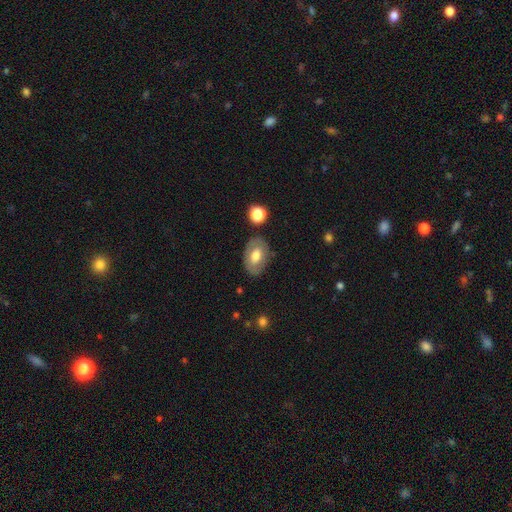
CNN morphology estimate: Smooth or featured? smooth (53%)
How rounded? in between (85%)
Merging? none (77%)